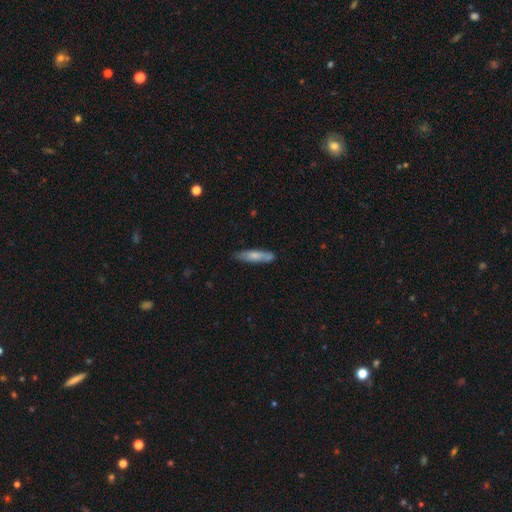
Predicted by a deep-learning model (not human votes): Q: Smooth or featured?
A: smooth (67%); runner-up: featured or disk (27%)
Q: How rounded?
A: cigar-shaped (73%); runner-up: in between (25%)
Q: Merging?
A: none (74%); runner-up: minor disturbance (19%)